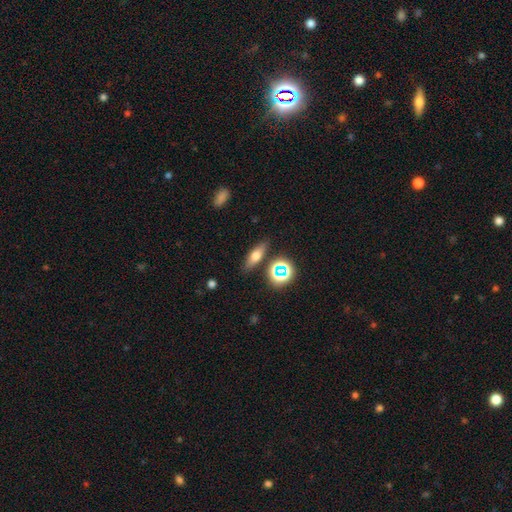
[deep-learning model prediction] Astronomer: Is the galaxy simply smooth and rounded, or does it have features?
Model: smooth — 59%.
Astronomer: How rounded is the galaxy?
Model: in between — 50% (runner-up: cigar-shaped, 39%).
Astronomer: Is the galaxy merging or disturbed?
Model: none — 82%.